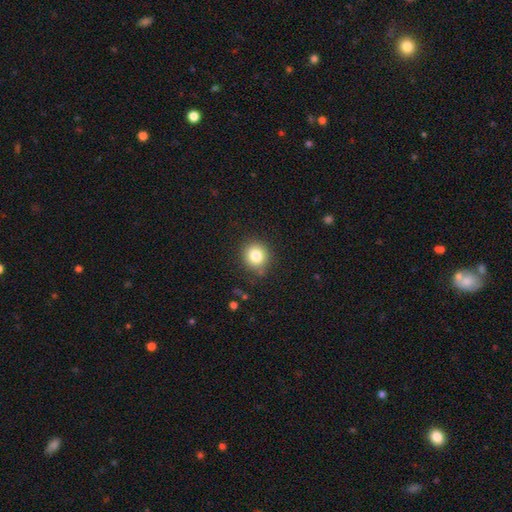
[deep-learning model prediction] Smooth or featured? smooth (82%)
How rounded? round (89%)
Merging? none (86%)